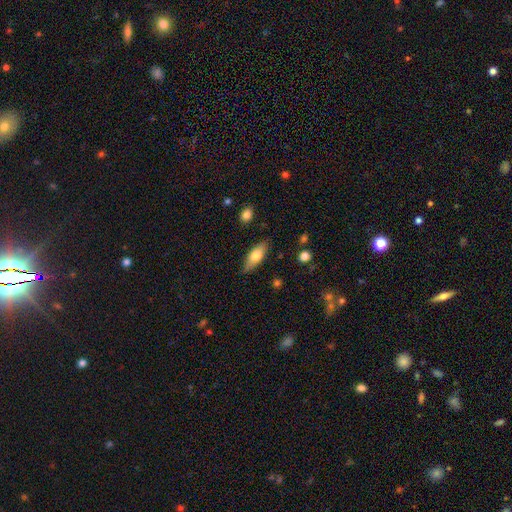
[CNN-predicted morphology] Smooth or featured? smooth (71%)
How rounded? in between (69%)
Merging? none (81%)